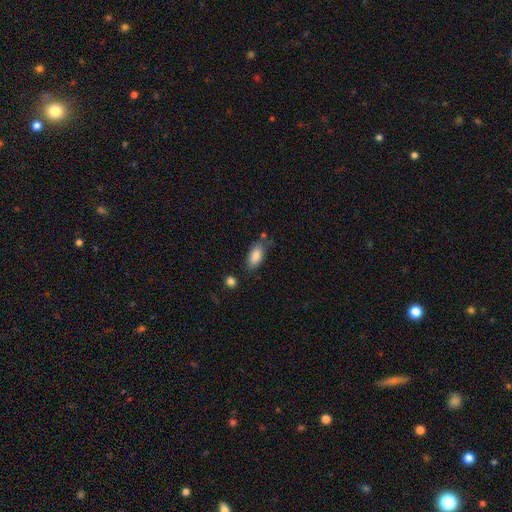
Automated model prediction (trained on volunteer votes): Smooth or featured: smooth — 86% (featured or disk — 8%)
How rounded: in between — 87% (cigar-shaped — 10%)
Merging: none — 71% (minor disturbance — 19%)